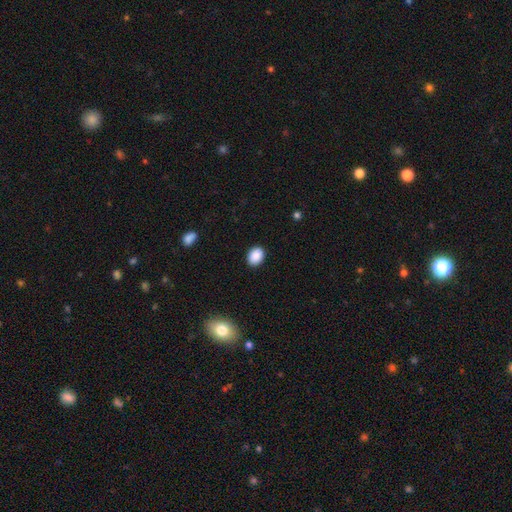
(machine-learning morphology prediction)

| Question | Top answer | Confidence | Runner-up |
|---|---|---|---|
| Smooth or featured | smooth | 89% | star or artifact (8%) |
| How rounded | in between | 69% | round (30%) |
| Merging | none | 89% | minor disturbance (8%) |